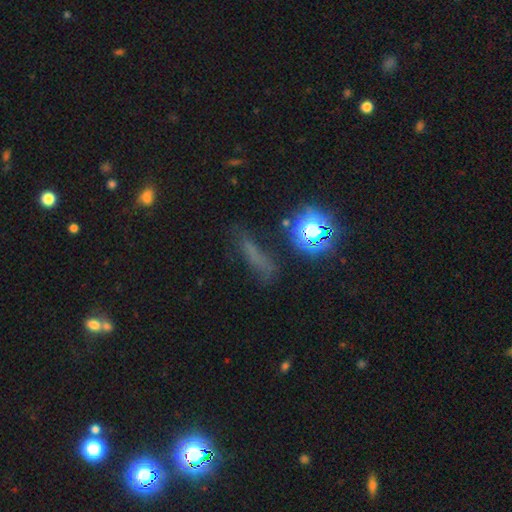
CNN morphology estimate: Q: Smooth or featured?
A: smooth (47%); runner-up: star or artifact (35%)
Q: Merging?
A: none (67%); runner-up: minor disturbance (18%)